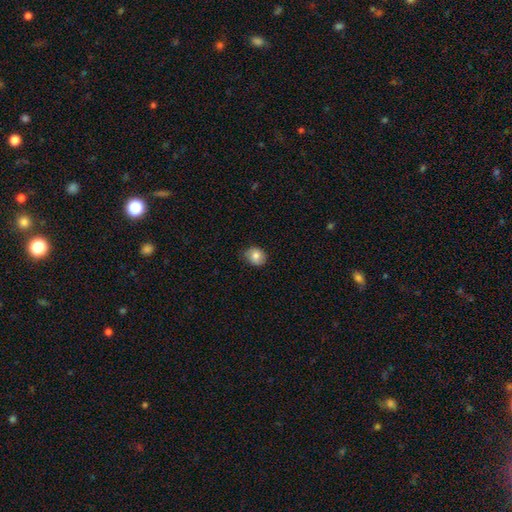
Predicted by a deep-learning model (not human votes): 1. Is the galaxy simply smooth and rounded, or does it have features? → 81% smooth, 11% featured or disk, 9% star or artifact.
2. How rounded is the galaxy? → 67% round, 33% in between, 1% cigar-shaped.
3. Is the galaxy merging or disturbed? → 75% none, 21% minor disturbance, 3% major disturbance, 1% merger.